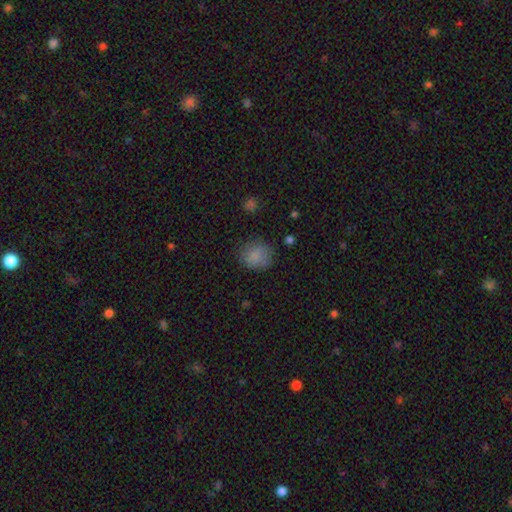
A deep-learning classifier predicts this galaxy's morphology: Q: Smooth or featured?
A: smooth (83%); runner-up: star or artifact (11%)
Q: How rounded?
A: round (77%); runner-up: in between (22%)
Q: Merging?
A: none (75%); runner-up: minor disturbance (18%)